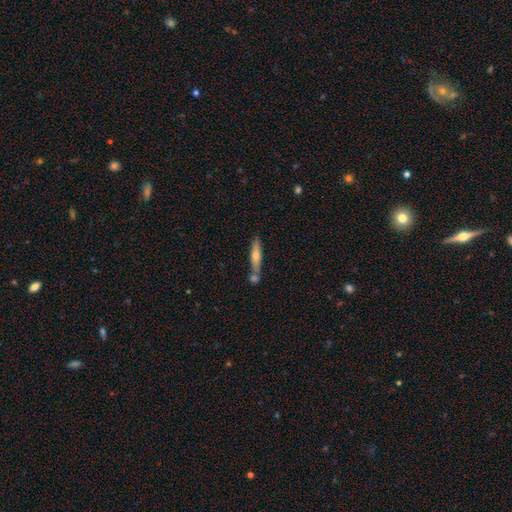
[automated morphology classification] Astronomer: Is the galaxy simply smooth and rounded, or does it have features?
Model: smooth — 49% (runner-up: featured or disk, 44%).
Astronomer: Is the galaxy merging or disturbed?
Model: none — 67%.